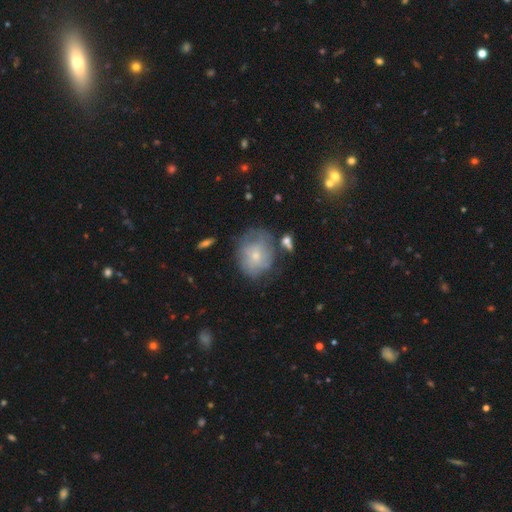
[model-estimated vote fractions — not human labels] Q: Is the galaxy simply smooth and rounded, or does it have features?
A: smooth — 54%.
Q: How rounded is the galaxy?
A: round — 63%.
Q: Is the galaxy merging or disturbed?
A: none — 53%.